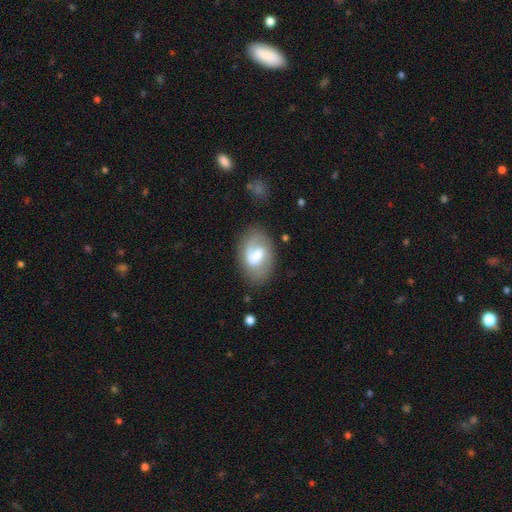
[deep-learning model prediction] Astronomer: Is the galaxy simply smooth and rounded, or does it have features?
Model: featured or disk — 55% (runner-up: smooth, 38%).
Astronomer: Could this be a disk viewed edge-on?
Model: no — 96%.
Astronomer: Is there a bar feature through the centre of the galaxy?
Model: weak — 53%.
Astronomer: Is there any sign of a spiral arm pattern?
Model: yes — 77%.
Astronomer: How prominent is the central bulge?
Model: moderate — 42% (runner-up: large, 26%).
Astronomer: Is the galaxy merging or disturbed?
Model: none — 68%.